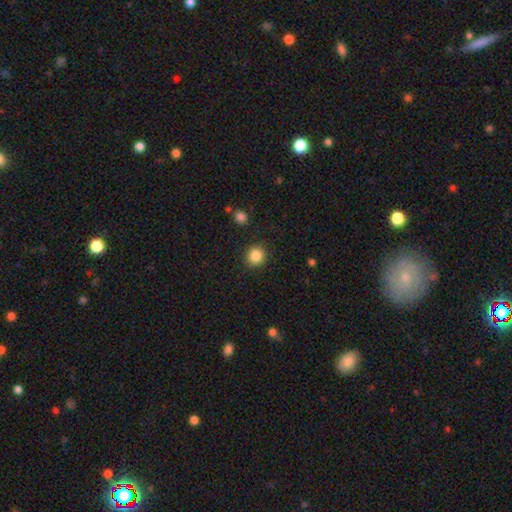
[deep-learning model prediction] Smooth or featured?
  - smooth: 86% *
  - star or artifact: 10%
  - featured or disk: 4%
How rounded?
  - round: 88% *
  - in between: 11%
  - cigar-shaped: 1%
Merging?
  - none: 90% *
  - minor disturbance: 7%
  - major disturbance: 3%
  - merger: 1%